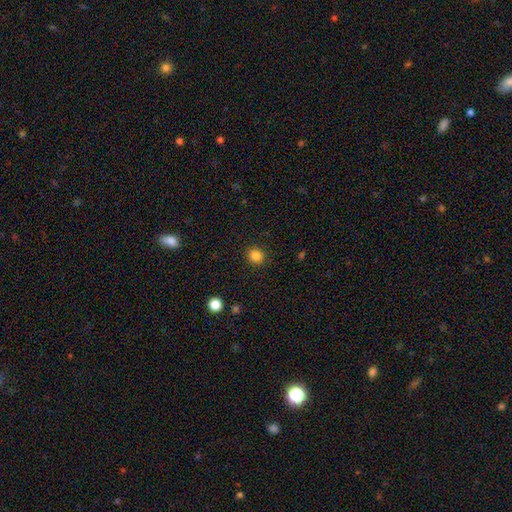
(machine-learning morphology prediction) type=smooth (84%); roundness=round (82%); merging=none (90%).